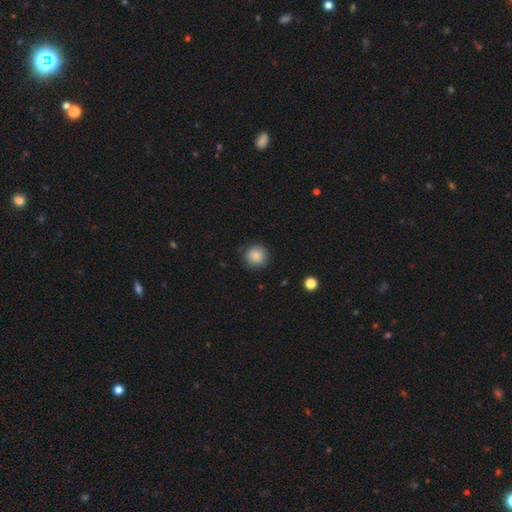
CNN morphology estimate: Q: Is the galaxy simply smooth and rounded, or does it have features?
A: smooth — 86%.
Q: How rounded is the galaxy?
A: round — 91%.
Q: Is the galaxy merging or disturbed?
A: none — 84%.